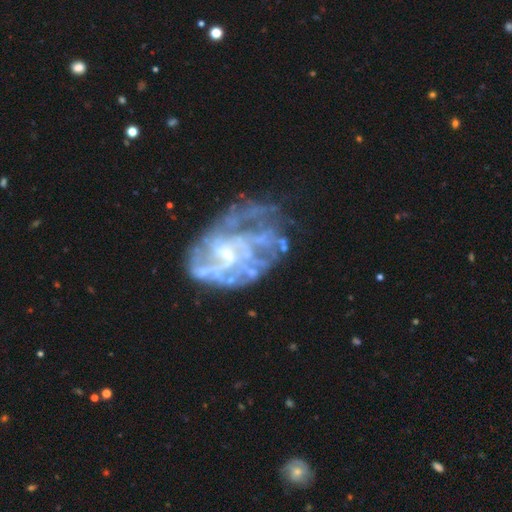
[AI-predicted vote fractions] Smooth or featured? featured or disk (72%)
Edge-on disk? no (96%)
Bar? no (57%)
Spiral arms? yes (76%)
Spiral winding? tight (48%)
Spiral arm count? can't tell (45%)
Bulge size? small (58%)
Merging? none (53%)